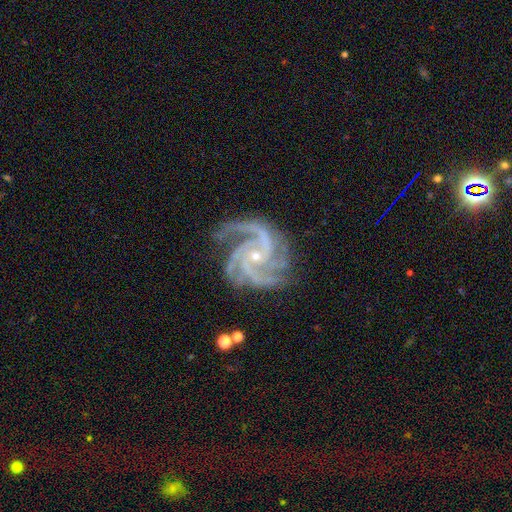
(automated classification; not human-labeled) This appears to be a featured or disk galaxy (93%) with no bar (66%), 3 (43%) tight (49%) spiral arms (99%) and a small central bulge (78%). Merging: none (74%).